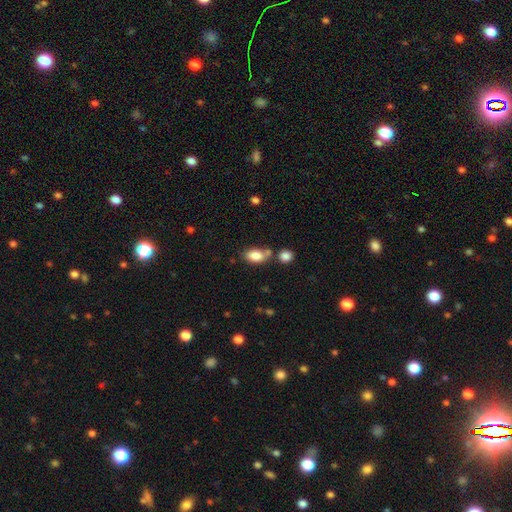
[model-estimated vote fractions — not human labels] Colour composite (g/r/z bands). It shows a smooth galaxy with no disk features (84%) that is in between round and cigar-shaped (89%). Merging: none (54%).